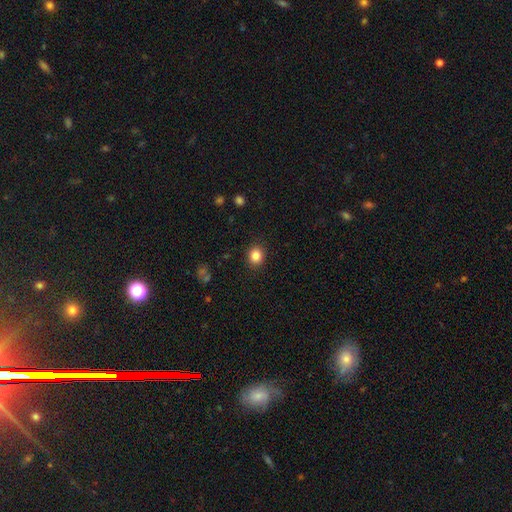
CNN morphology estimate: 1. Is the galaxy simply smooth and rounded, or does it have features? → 85% smooth, 10% star or artifact, 4% featured or disk.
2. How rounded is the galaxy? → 79% round, 20% in between, 1% cigar-shaped.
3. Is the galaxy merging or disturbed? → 90% none, 7% minor disturbance, 2% major disturbance, 1% merger.